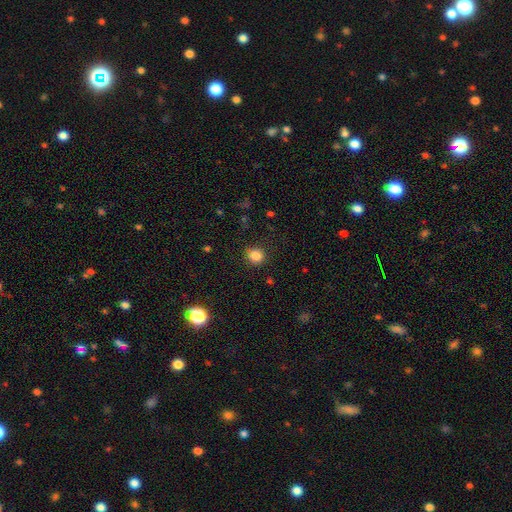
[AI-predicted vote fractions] Smooth or featured: smooth — 85% (star or artifact — 12%)
How rounded: round — 83% (in between — 16%)
Merging: none — 84% (minor disturbance — 11%)